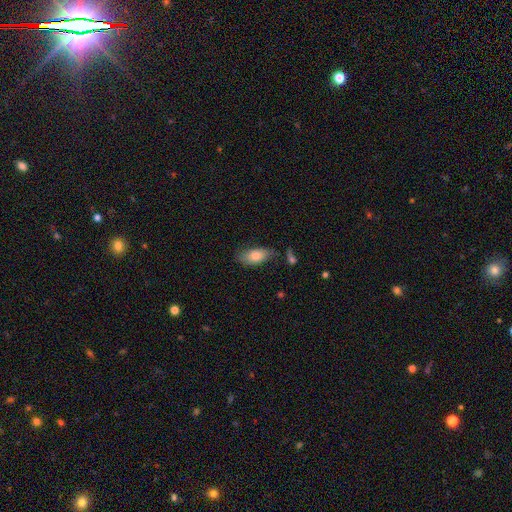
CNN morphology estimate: Q: Smooth or featured?
A: smooth (79%); runner-up: featured or disk (15%)
Q: How rounded?
A: in between (90%); runner-up: cigar-shaped (7%)
Q: Merging?
A: none (70%); runner-up: minor disturbance (20%)